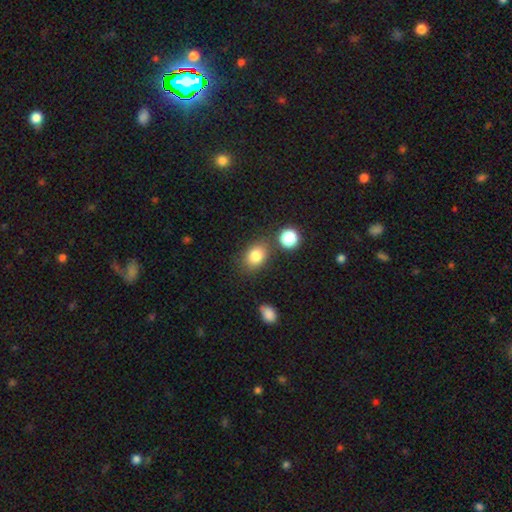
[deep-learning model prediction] Smooth or featured? Predicted: smooth (p=0.83). How rounded? Predicted: in between (p=0.65). Merging? Predicted: none (p=0.72).